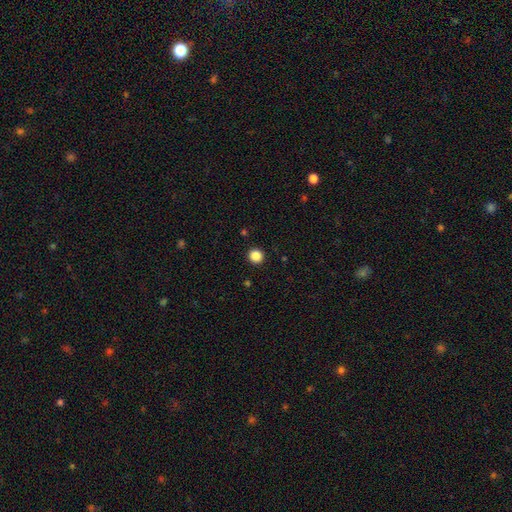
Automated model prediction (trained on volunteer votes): This appears to be a smooth galaxy with no disk features (87%) that is round (94%). Merging: none (93%).